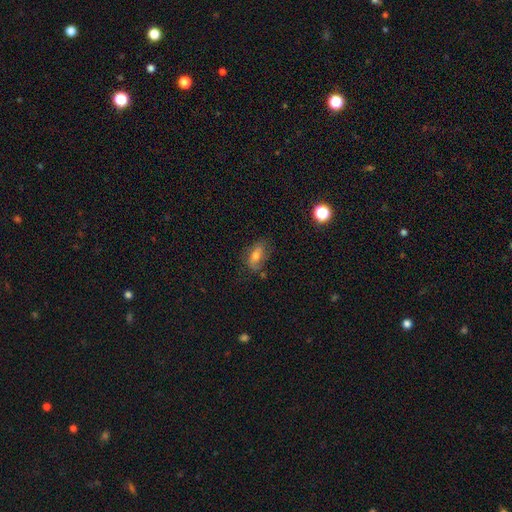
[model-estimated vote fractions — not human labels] Smooth or featured? Predicted: smooth (p=0.56). How rounded? Predicted: in between (p=0.80). Merging? Predicted: none (p=0.64).